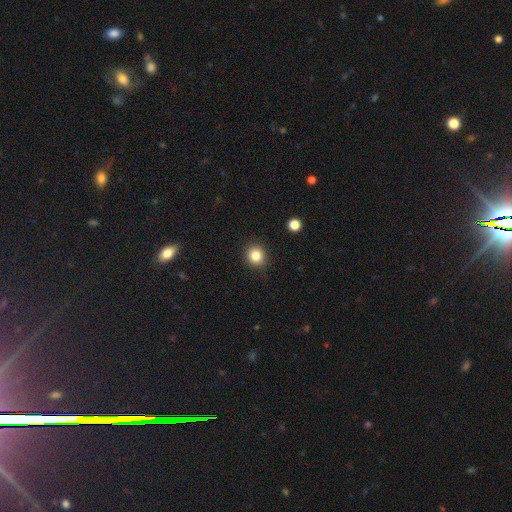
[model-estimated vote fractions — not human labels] Q: Smooth or featured?
A: smooth (83%); runner-up: star or artifact (11%)
Q: How rounded?
A: round (89%); runner-up: in between (10%)
Q: Merging?
A: none (91%); runner-up: minor disturbance (6%)